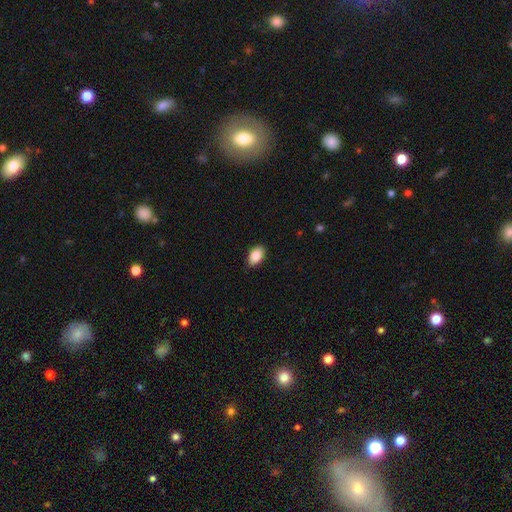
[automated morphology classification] Smooth or featured: smooth — 87% (star or artifact — 7%)
How rounded: in between — 92% (round — 7%)
Merging: none — 87% (minor disturbance — 10%)